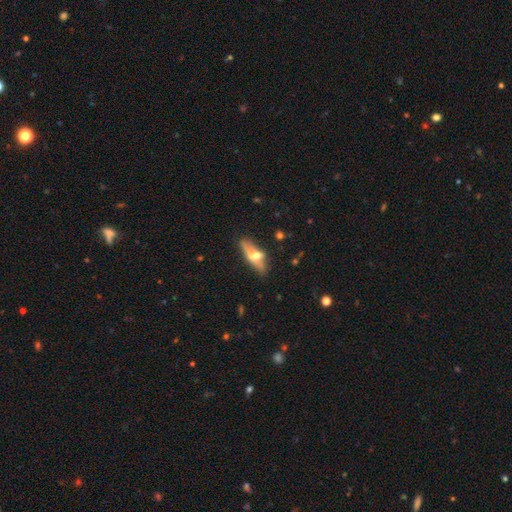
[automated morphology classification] smooth_or_featured: featured or disk (p=0.49) [alt: smooth p=0.43]
merging: none (p=0.65) [alt: minor disturbance p=0.21]